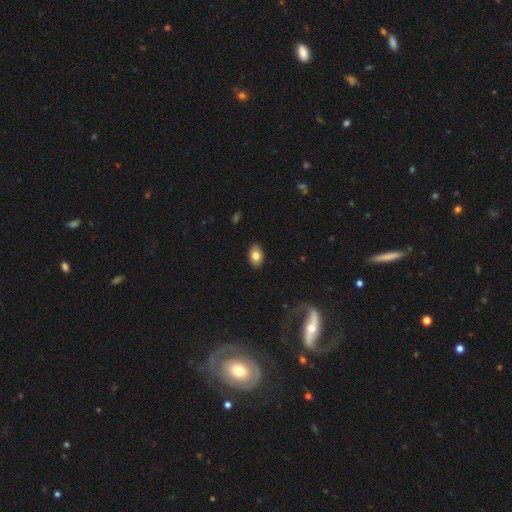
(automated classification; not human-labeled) This appears to be a smooth galaxy with no disk features (81%) that is in between round and cigar-shaped (89%). Merging: none (89%).